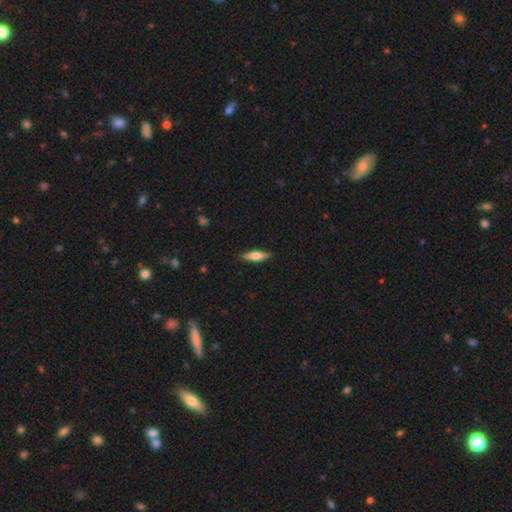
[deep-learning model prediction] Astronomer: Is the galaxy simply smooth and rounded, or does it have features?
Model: smooth — 55% (runner-up: featured or disk, 39%).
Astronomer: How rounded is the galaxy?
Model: cigar-shaped — 63%.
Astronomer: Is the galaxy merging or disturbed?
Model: none — 88%.